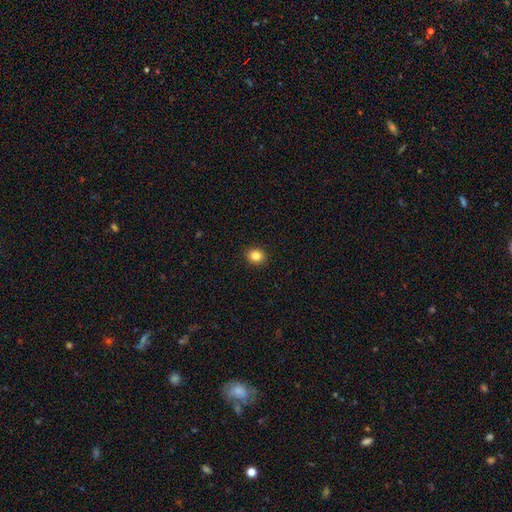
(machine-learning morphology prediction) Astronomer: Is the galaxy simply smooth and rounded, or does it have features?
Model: smooth — 84%.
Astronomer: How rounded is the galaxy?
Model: round — 65%.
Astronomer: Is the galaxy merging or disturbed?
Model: none — 92%.